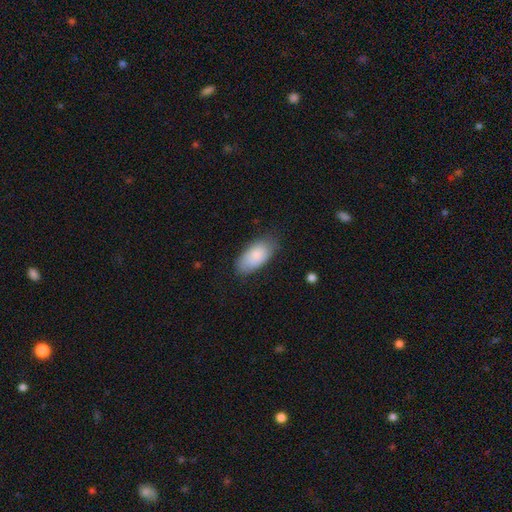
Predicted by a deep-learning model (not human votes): Smooth or featured?
  - smooth: 82% *
  - featured or disk: 12%
  - star or artifact: 6%
How rounded?
  - in between: 93% *
  - cigar-shaped: 4%
  - round: 2%
Merging?
  - none: 76% *
  - minor disturbance: 19%
  - major disturbance: 4%
  - merger: 1%